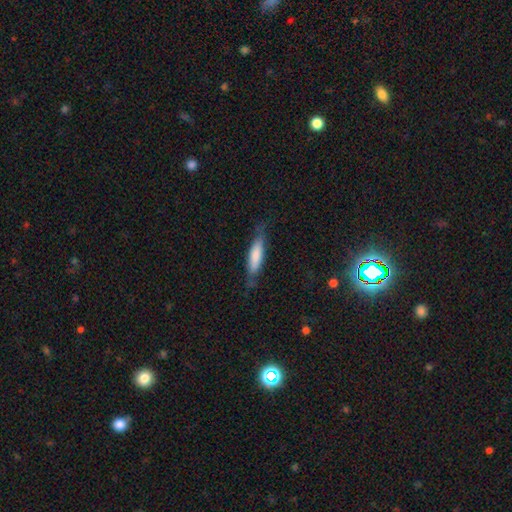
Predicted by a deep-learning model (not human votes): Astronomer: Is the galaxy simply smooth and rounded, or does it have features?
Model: smooth — 73%.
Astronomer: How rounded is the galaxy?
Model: cigar-shaped — 66%.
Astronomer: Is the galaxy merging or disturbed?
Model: none — 71%.